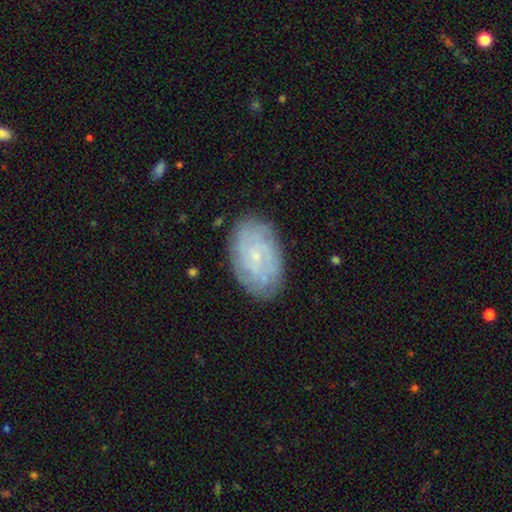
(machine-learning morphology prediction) smooth-or-featured: featured or disk: 63% | smooth: 29% | star or artifact: 8%
  disk-edge-on: no: 96% | yes: 4%
    bar: no: 72% | weak: 24% | strong: 4%
    has-spiral-arms: yes: 83% | no: 17%
    bulge-size: small: 82% | moderate: 11% | none: 5% | large: 1% | dominant: 1%
  merging: none: 81% | minor disturbance: 14% | major disturbance: 4% | merger: 1%